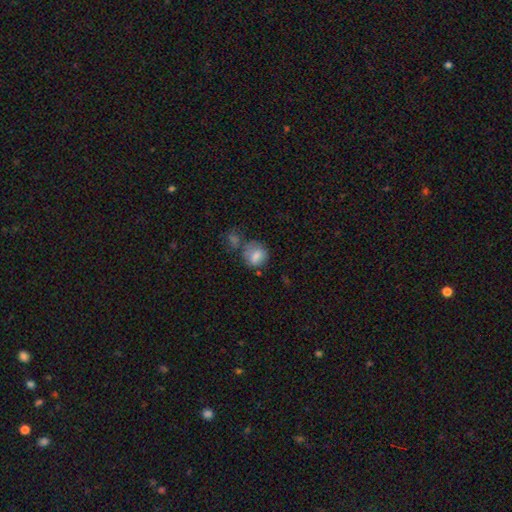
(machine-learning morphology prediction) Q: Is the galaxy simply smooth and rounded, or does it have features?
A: smooth — 76%.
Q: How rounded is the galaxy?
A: round — 64%.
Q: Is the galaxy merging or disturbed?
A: none — 46%.